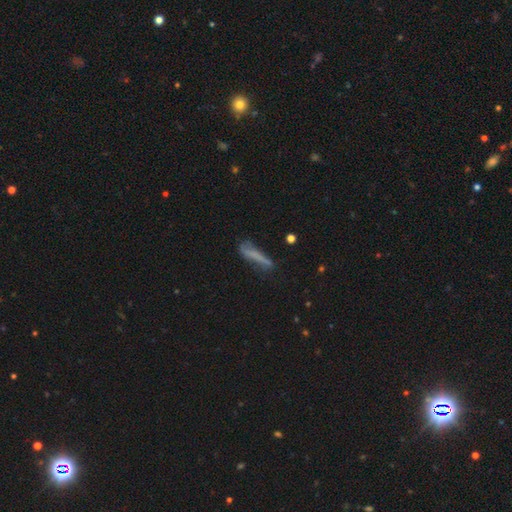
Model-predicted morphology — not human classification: smooth 57%, featured or disk 32%, star or artifact 11%. Down the decision tree: how rounded — cigar-shaped (84%); merging — none (51%).